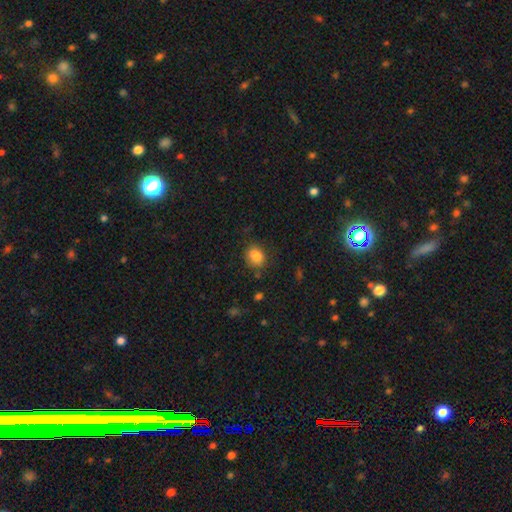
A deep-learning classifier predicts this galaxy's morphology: Smooth or featured?
  - smooth: 81% *
  - star or artifact: 11%
  - featured or disk: 8%
How rounded?
  - round: 55% *
  - in between: 44%
  - cigar-shaped: 1%
Merging?
  - none: 64% *
  - minor disturbance: 20%
  - merger: 10%
  - major disturbance: 6%